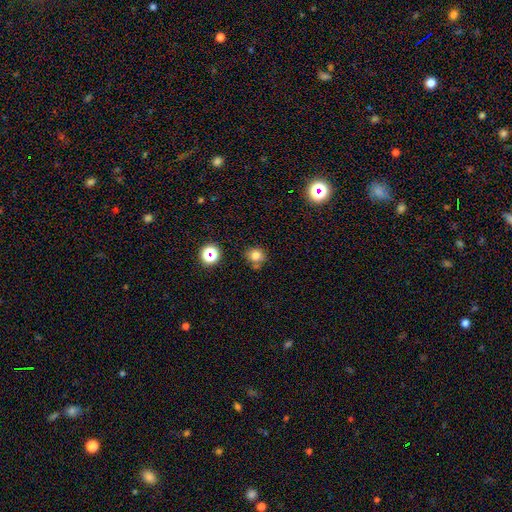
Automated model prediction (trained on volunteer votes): A smooth galaxy with no disk features (77%) that is round (80%).

Vote fractions:
- Smooth or featured? smooth: 77% / star or artifact: 15% / featured or disk: 7%
- How rounded? round: 80% / in between: 19% / cigar-shaped: 1%
- Merging? none: 70% / minor disturbance: 16% / merger: 10% / major disturbance: 4%